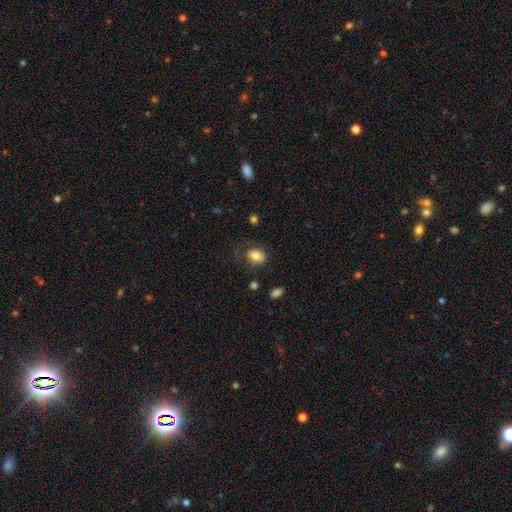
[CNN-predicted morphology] smooth 80%, featured or disk 11%, star or artifact 9%. Down the decision tree: how rounded — in between (58%); merging — none (63%).